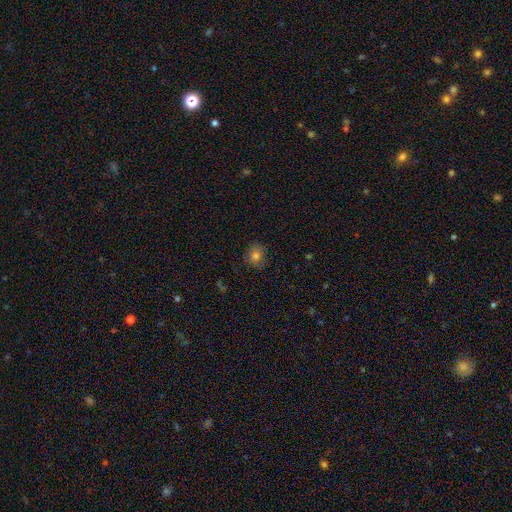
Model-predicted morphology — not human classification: smooth-or-featured: smooth: 78% | star or artifact: 12% | featured or disk: 10%
  how-rounded: round: 69% | in between: 30% | cigar-shaped: 1%
  merging: none: 83% | minor disturbance: 13% | major disturbance: 3% | merger: 1%